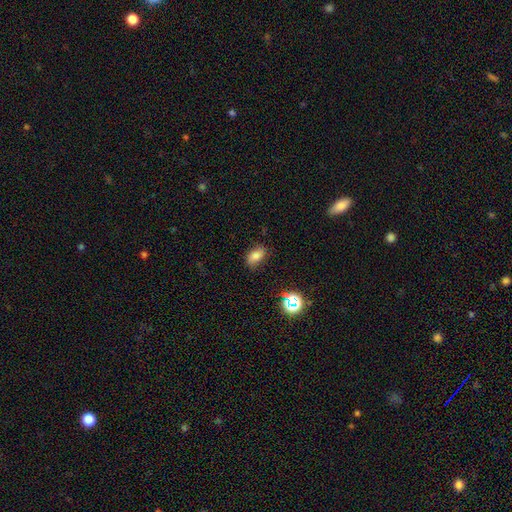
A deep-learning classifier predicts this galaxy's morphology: smooth_or_featured: smooth (p=0.76) [alt: star or artifact p=0.14]
how_rounded: in between (p=0.87) [alt: round p=0.11]
merging: none (p=0.78) [alt: minor disturbance p=0.16]